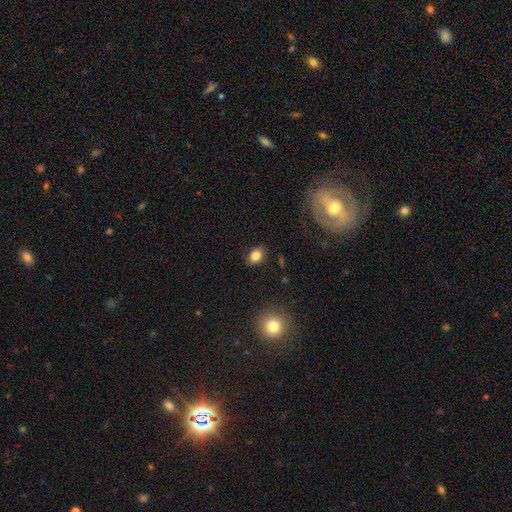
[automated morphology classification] Smooth or featured: smooth — 82% (star or artifact — 10%)
How rounded: in between — 75% (round — 24%)
Merging: none — 85% (minor disturbance — 11%)